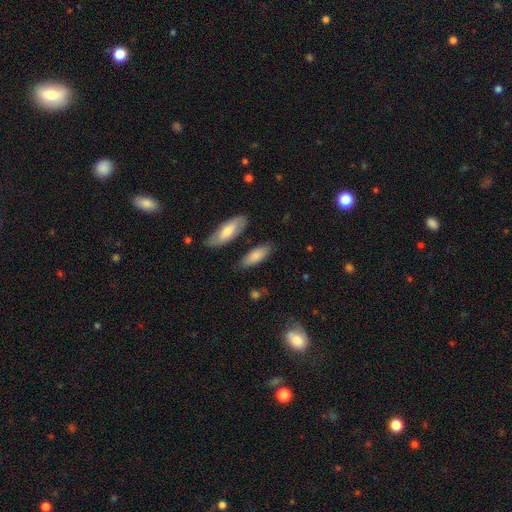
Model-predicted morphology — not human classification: Smooth or featured?
  - smooth: 80% *
  - featured or disk: 14%
  - star or artifact: 6%
How rounded?
  - in between: 68% *
  - cigar-shaped: 30%
  - round: 2%
Merging?
  - none: 77% *
  - minor disturbance: 14%
  - merger: 5%
  - major disturbance: 3%